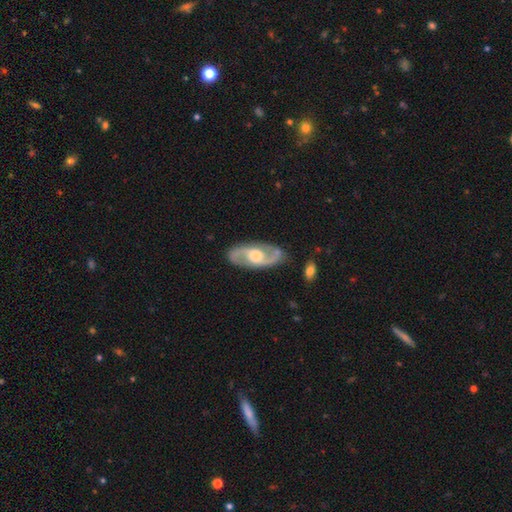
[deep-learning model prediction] A featured or disk galaxy (87%) with no bar (48%), 2 (93%) medium (55%) spiral arms (95%) and a moderate central bulge (55%). Merging: none (85%).